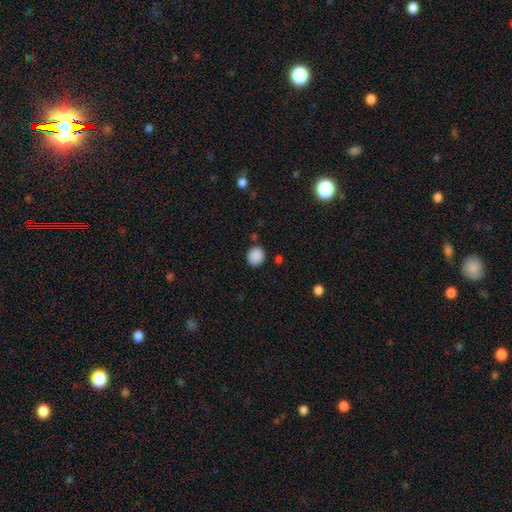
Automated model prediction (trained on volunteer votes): Smooth or featured?
  - smooth: 88% *
  - star or artifact: 9%
  - featured or disk: 3%
How rounded?
  - round: 81% *
  - in between: 18%
  - cigar-shaped: 1%
Merging?
  - none: 86% *
  - minor disturbance: 9%
  - merger: 3%
  - major disturbance: 3%